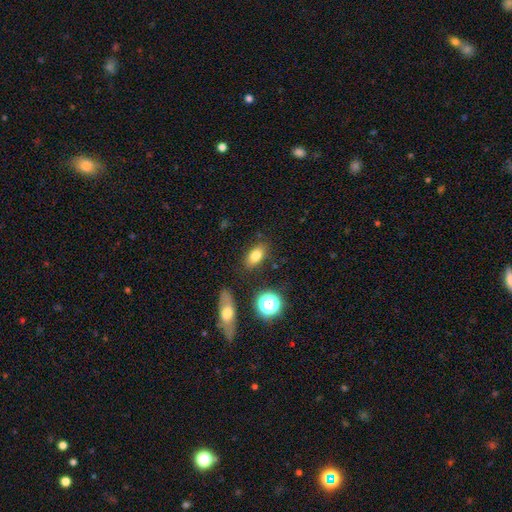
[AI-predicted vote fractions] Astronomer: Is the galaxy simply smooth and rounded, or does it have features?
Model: smooth — 78%.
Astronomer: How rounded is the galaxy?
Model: in between — 83%.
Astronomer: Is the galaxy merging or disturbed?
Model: none — 82%.